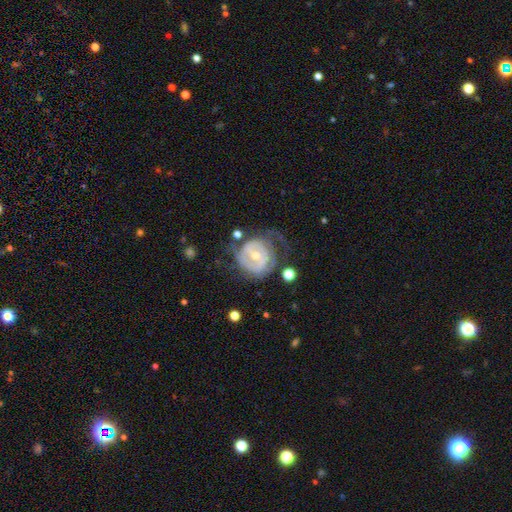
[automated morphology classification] type=featured or disk (77%); edge-on=no (97%); bar=weak (44%); spiral arms=yes (73%); winding=tight (56%); arm count=2 (43%); bulge=moderate (54%); merging=none (45%).